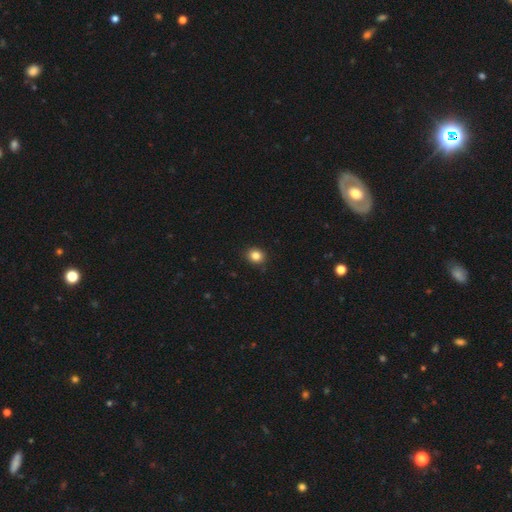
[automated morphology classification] Smooth or featured?
  - smooth: 84% *
  - star or artifact: 11%
  - featured or disk: 5%
How rounded?
  - round: 74% *
  - in between: 25%
  - cigar-shaped: 1%
Merging?
  - none: 88% *
  - minor disturbance: 9%
  - major disturbance: 2%
  - merger: 1%